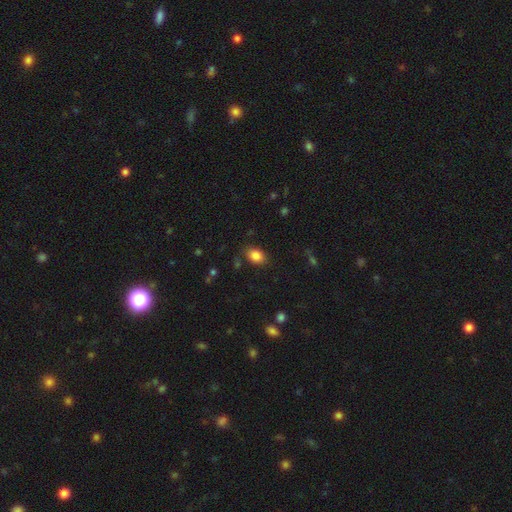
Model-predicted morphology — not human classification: A smooth galaxy with no disk features (85%) that is in between round and cigar-shaped (80%).

Vote fractions:
- Smooth or featured? smooth: 85% / star or artifact: 9% / featured or disk: 6%
- How rounded? in between: 80% / round: 19% / cigar-shaped: 1%
- Merging? none: 81% / minor disturbance: 13% / major disturbance: 4% / merger: 2%